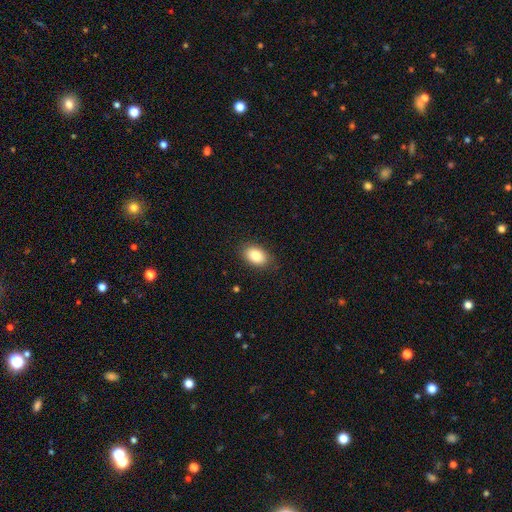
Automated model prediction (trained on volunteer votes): smooth 85%, star or artifact 7%, featured or disk 7%. Down the decision tree: how rounded — in between (88%); merging — none (87%).